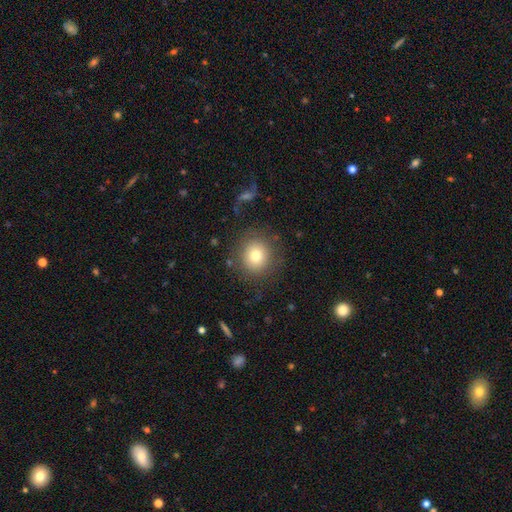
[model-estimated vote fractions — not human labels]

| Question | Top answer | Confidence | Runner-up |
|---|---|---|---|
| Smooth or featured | smooth | 77% | featured or disk (12%) |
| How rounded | round | 89% | in between (10%) |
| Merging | none | 84% | minor disturbance (9%) |